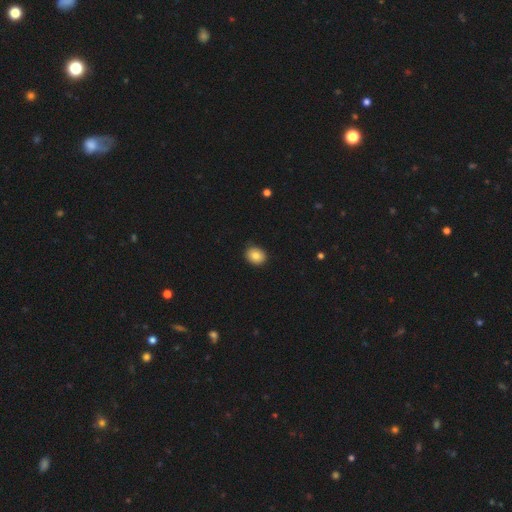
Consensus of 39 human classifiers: Morphology: type=smooth (85%); roundness=round (55%); merging=none (77%).